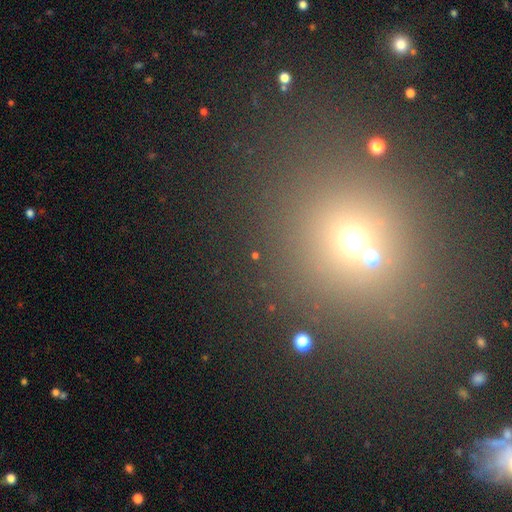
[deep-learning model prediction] Smooth or featured: star or artifact — 48% (smooth — 42%)